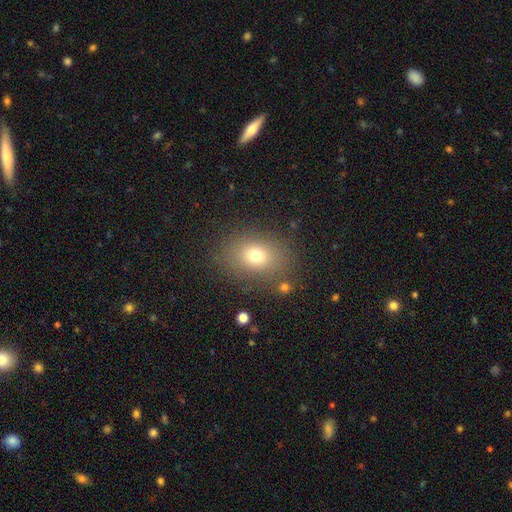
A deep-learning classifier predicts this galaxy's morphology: type=smooth (74%); roundness=in between (62%); merging=none (81%).